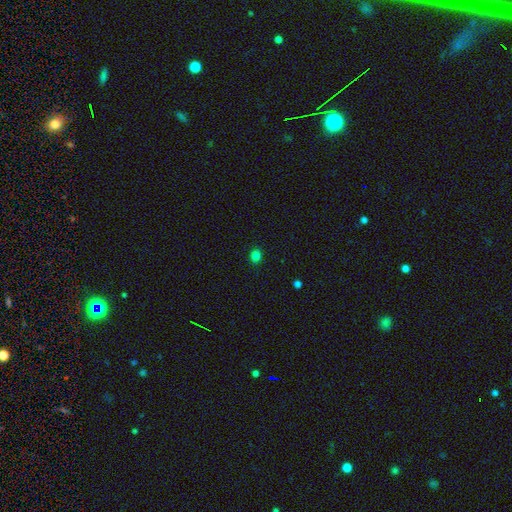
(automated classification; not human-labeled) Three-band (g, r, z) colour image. It shows a smooth galaxy with no disk features (81%) that is round (68%). Merging: none (89%).